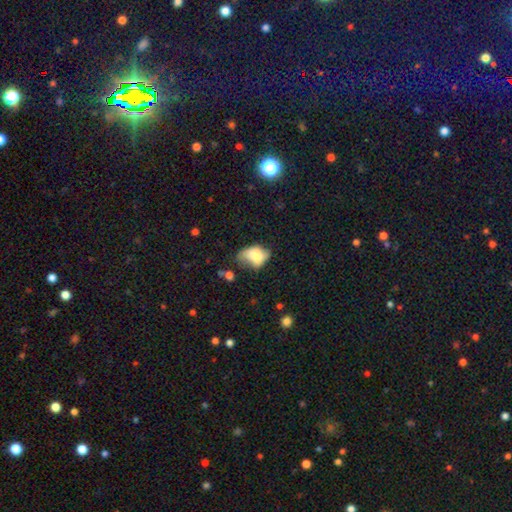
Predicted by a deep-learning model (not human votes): The model was most divided on "merging": minor disturbance: 36%, none: 34%, major disturbance: 22%, merger: 7%. More confident: how rounded — in between (80%); smooth or featured — smooth (67%).